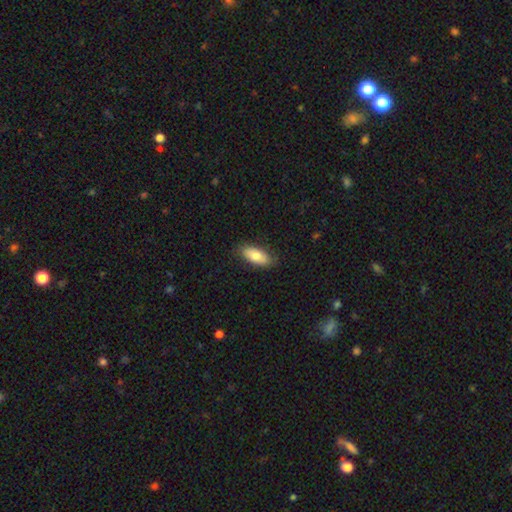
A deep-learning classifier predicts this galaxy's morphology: This is likely a smooth galaxy (79%). How rounded: clearly in between (84%). Merging: clearly none (84%).